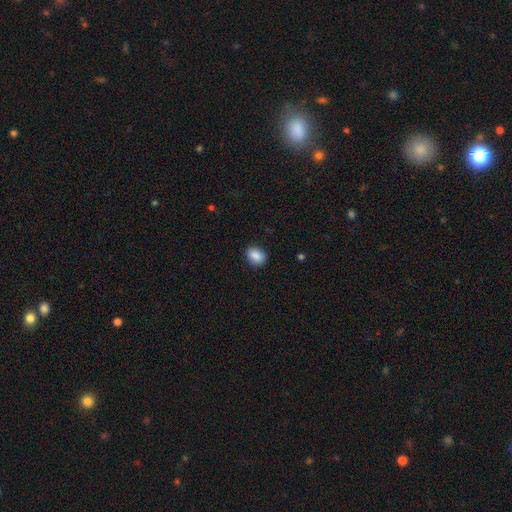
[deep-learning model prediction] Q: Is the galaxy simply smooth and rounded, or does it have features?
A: smooth — 89%.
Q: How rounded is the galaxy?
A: in between — 69%.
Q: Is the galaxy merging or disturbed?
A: none — 88%.